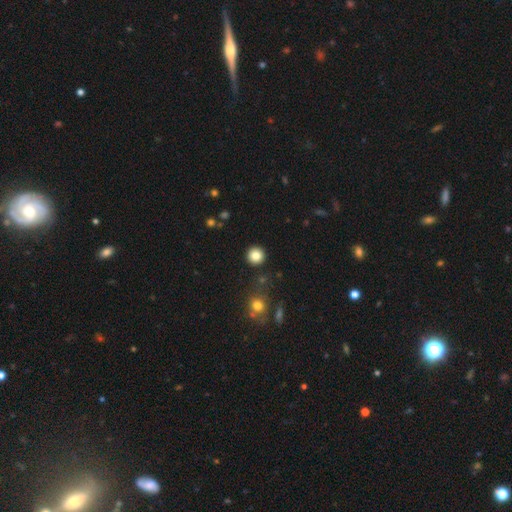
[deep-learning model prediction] A smooth galaxy with no disk features (84%) that is round (95%).

Vote fractions:
- Smooth or featured? smooth: 84% / star or artifact: 10% / featured or disk: 5%
- How rounded? round: 95% / in between: 4% / cigar-shaped: 1%
- Merging? none: 91% / minor disturbance: 5% / major disturbance: 2% / merger: 2%